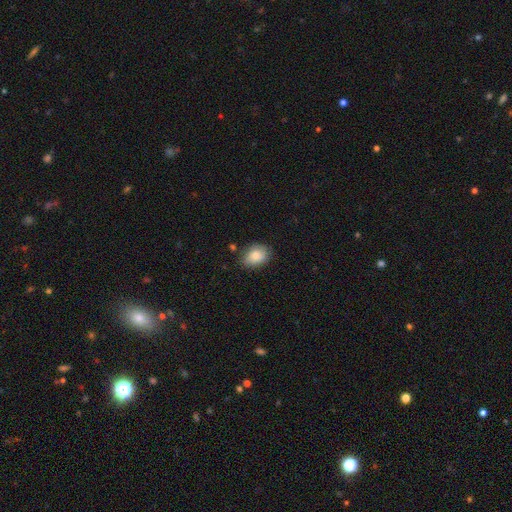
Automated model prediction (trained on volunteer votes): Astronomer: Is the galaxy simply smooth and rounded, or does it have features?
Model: smooth — 80%.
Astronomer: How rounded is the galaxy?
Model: in between — 76%.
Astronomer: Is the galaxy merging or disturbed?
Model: none — 76%.